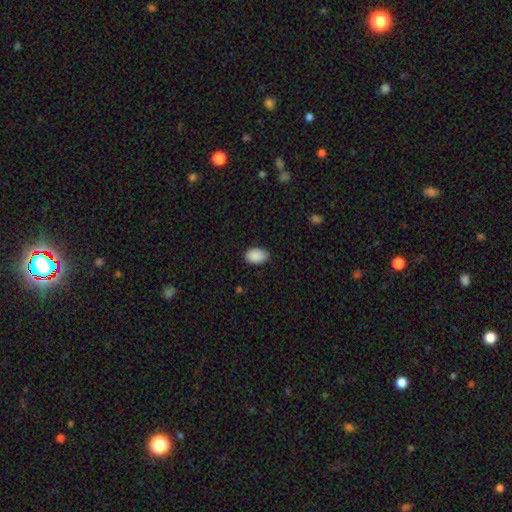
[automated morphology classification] Smooth or featured? smooth (90%)
How rounded? in between (88%)
Merging? none (83%)